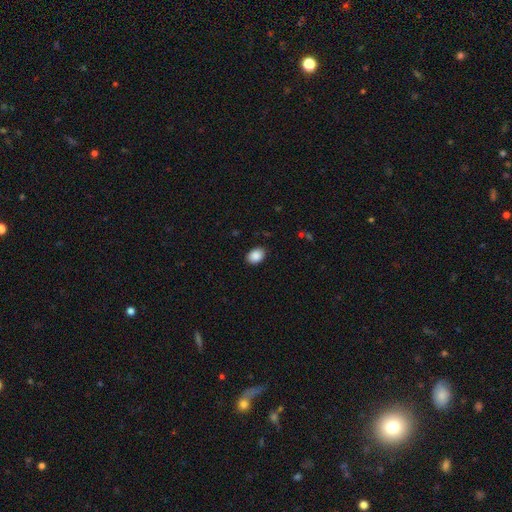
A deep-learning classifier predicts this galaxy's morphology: Smooth or featured?
  - smooth: 89% *
  - star or artifact: 8%
  - featured or disk: 3%
How rounded?
  - in between: 71% *
  - round: 28%
  - cigar-shaped: 1%
Merging?
  - none: 88% *
  - minor disturbance: 9%
  - major disturbance: 2%
  - merger: 1%